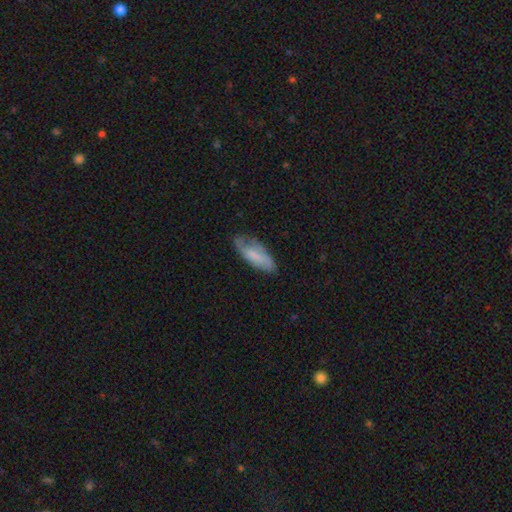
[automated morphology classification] This is possibly a smooth galaxy (60%). How rounded: likely in between (73%). Merging: possibly none (60%).